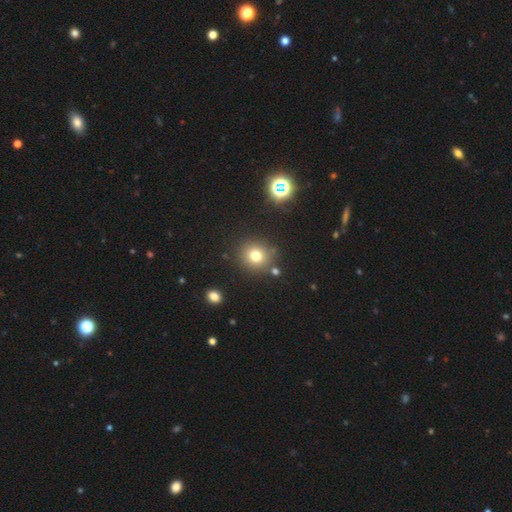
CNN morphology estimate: Smooth or featured? Predicted: smooth (p=0.75). How rounded? Predicted: round (p=0.90). Merging? Predicted: none (p=0.84).